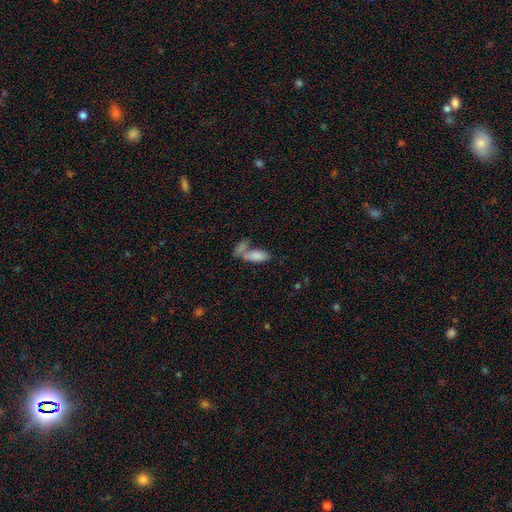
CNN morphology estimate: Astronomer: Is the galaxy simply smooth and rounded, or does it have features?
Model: smooth — 82%.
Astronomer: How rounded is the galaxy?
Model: in between — 82%.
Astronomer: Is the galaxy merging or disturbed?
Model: merger — 50% (runner-up: none, 34%).